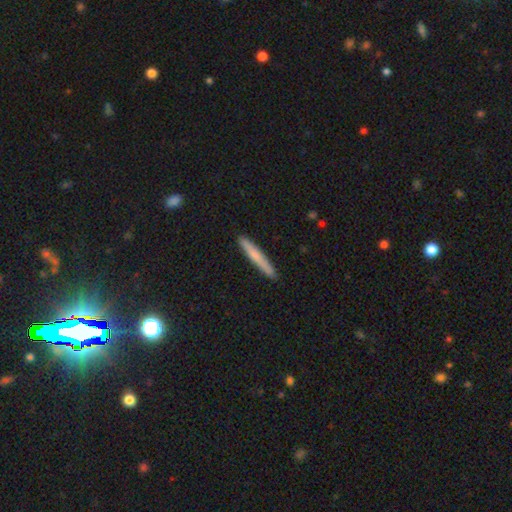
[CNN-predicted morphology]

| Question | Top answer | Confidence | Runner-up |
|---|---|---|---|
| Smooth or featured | smooth | 66% | featured or disk (28%) |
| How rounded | cigar-shaped | 96% | in between (3%) |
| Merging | none | 90% | minor disturbance (7%) |